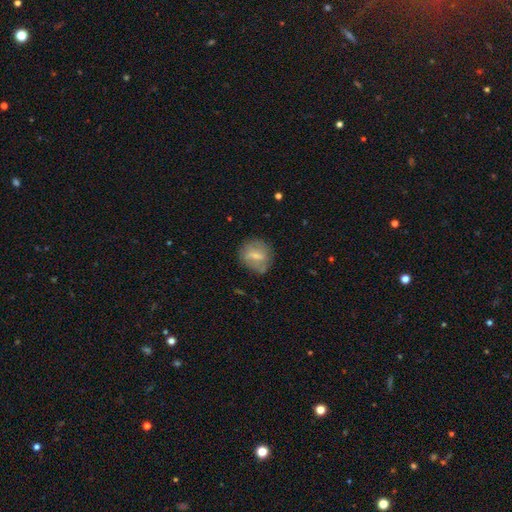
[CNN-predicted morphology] smooth-or-featured: featured or disk: 46% (tied) | smooth: 46% (tied) | star or artifact: 8%
  merging: none: 70% | minor disturbance: 20% | major disturbance: 8% | merger: 2%